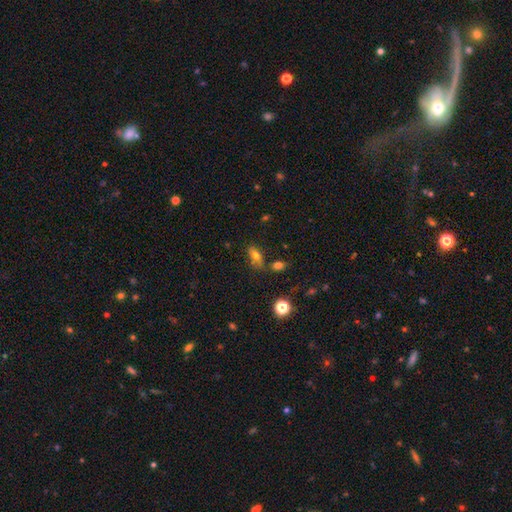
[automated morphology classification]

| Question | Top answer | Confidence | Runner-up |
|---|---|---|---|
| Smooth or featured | smooth | 69% | featured or disk (17%) |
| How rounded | in between | 80% | cigar-shaped (10%) |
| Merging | none | 62% | minor disturbance (18%) |